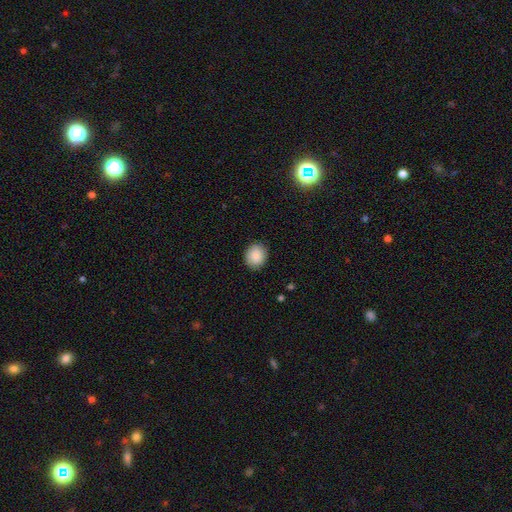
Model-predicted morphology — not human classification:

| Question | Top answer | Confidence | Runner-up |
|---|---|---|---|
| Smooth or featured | smooth | 88% | star or artifact (8%) |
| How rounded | round | 70% | in between (29%) |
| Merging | none | 89% | minor disturbance (8%) |